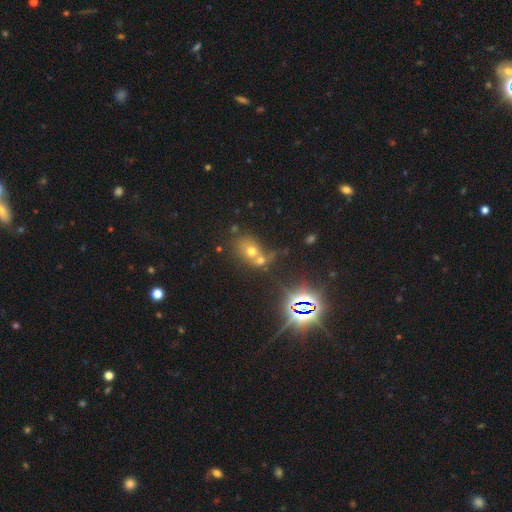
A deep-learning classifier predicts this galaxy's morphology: type=star or artifact (46%).